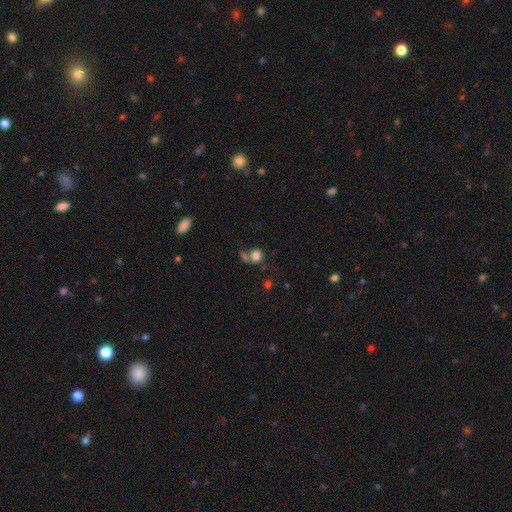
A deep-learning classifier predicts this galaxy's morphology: Smooth or featured? smooth (78%)
How rounded? round (74%)
Merging? none (48%)